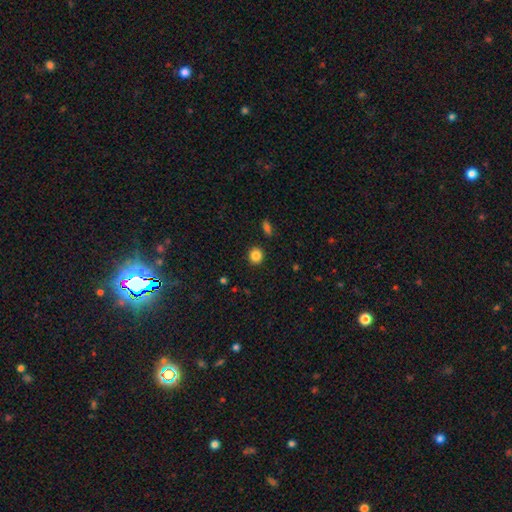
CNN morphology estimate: Q: Smooth or featured?
A: smooth (85%); runner-up: star or artifact (10%)
Q: How rounded?
A: round (88%); runner-up: in between (11%)
Q: Merging?
A: none (91%); runner-up: minor disturbance (5%)